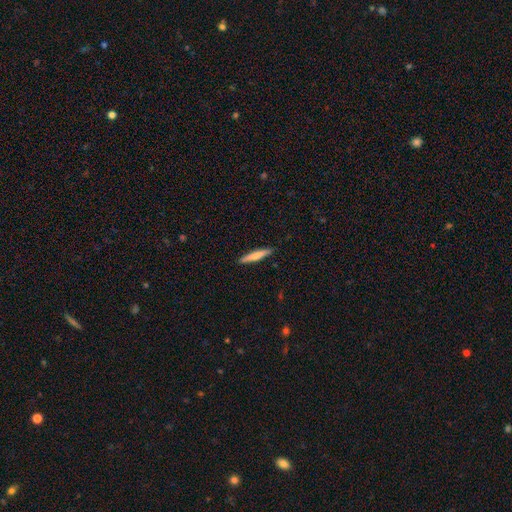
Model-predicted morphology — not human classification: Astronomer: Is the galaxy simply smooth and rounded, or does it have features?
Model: smooth — 68%.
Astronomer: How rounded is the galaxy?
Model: cigar-shaped — 93%.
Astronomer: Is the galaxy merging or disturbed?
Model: none — 91%.